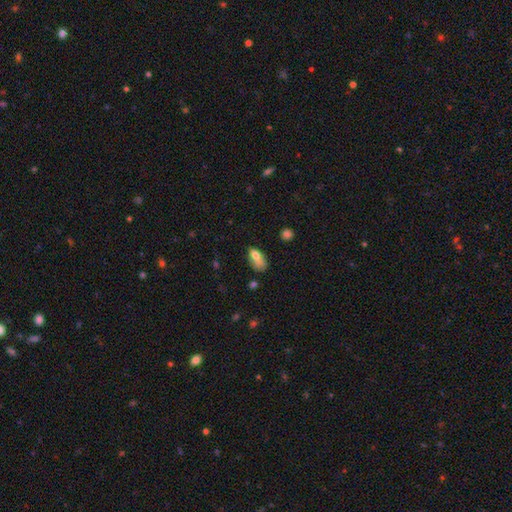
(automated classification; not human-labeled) Smooth or featured?
  - smooth: 72% *
  - featured or disk: 19%
  - star or artifact: 9%
How rounded?
  - in between: 84% *
  - round: 9%
  - cigar-shaped: 7%
Merging?
  - minor disturbance: 32% *
  - none: 31%
  - major disturbance: 22%
  - merger: 15%